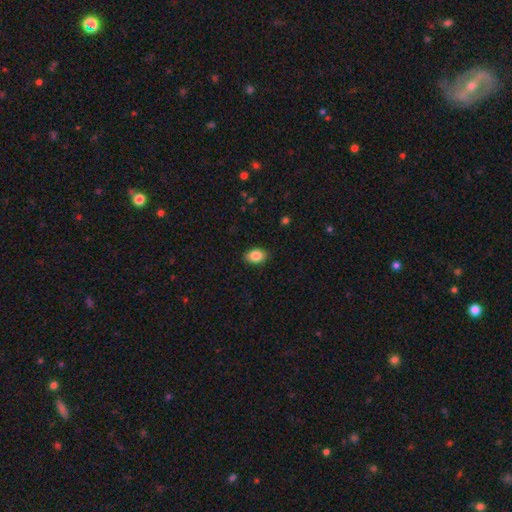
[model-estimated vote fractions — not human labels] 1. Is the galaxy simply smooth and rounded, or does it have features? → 86% smooth, 8% star or artifact, 5% featured or disk.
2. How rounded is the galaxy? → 81% in between, 18% round, 1% cigar-shaped.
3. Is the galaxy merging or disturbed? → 89% none, 8% minor disturbance, 2% major disturbance, 1% merger.